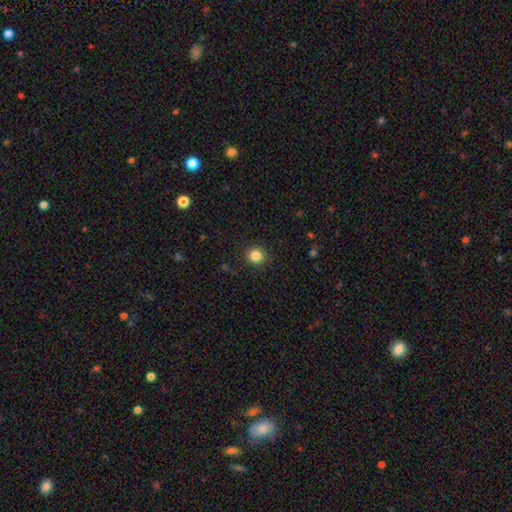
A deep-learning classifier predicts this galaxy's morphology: smooth_or_featured: smooth (p=0.85) [alt: star or artifact p=0.11]
how_rounded: round (p=0.91) [alt: in between p=0.08]
merging: none (p=0.90) [alt: minor disturbance p=0.07]